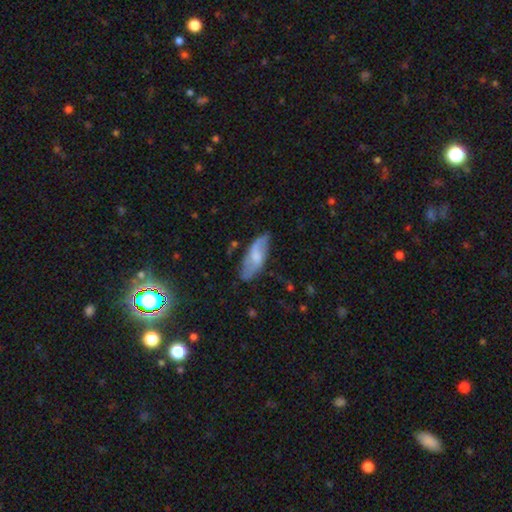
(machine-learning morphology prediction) Overall: featured or disk (51%; smooth 42%). Edge-on disk: no (84%). Merging: none (69%).